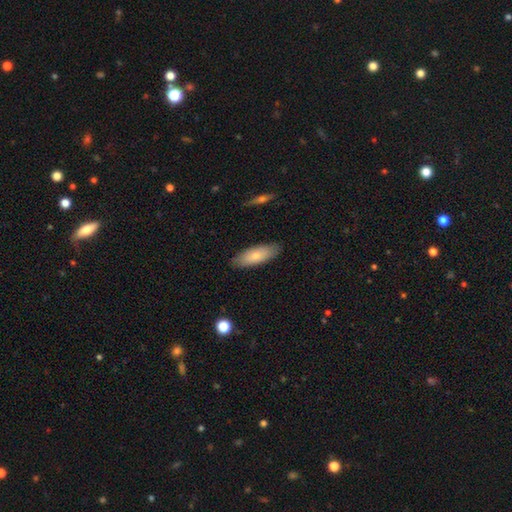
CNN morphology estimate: smooth_or_featured: smooth (p=0.75) [alt: featured or disk p=0.19]
how_rounded: in between (p=0.65) [alt: cigar-shaped p=0.33]
merging: none (p=0.87) [alt: minor disturbance p=0.10]